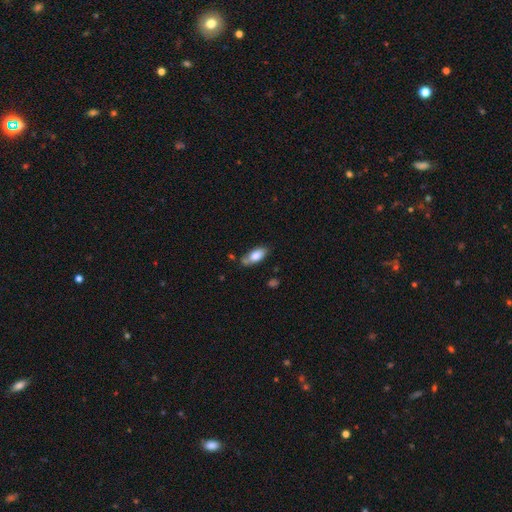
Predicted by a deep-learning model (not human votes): Smooth or featured?
  - smooth: 79% *
  - featured or disk: 14%
  - star or artifact: 7%
How rounded?
  - in between: 88% *
  - cigar-shaped: 9%
  - round: 3%
Merging?
  - none: 60% *
  - minor disturbance: 26%
  - merger: 8%
  - major disturbance: 6%